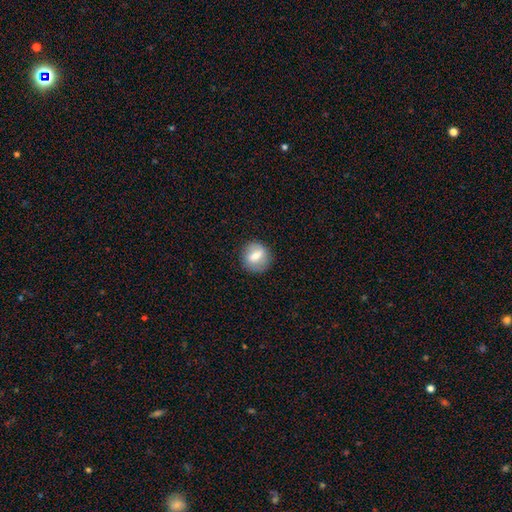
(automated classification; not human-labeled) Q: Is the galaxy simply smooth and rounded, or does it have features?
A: smooth — 60%.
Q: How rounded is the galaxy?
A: round — 76%.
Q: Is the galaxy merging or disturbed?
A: none — 83%.